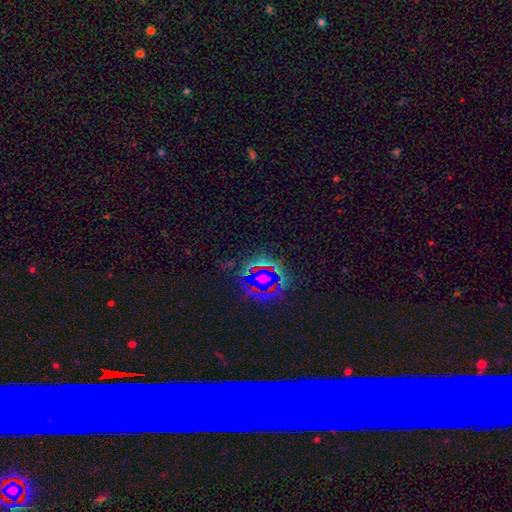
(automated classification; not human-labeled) Smooth or featured? Predicted: star or artifact (p=0.54).